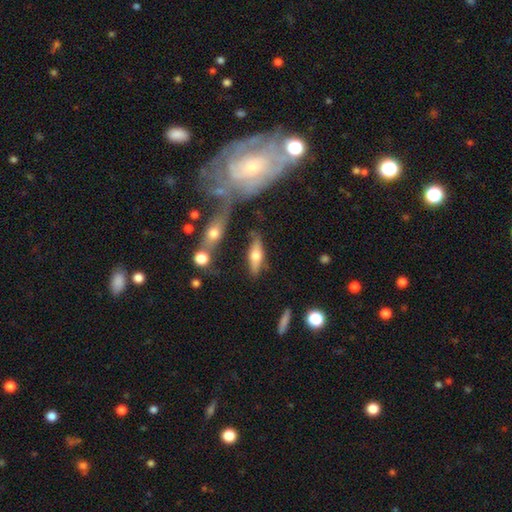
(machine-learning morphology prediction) Q: Smooth or featured?
A: smooth (50%); runner-up: featured or disk (43%)
Q: How rounded?
A: cigar-shaped (48%); tied with: in between (48%)
Q: Merging?
A: none (74%); runner-up: minor disturbance (14%)